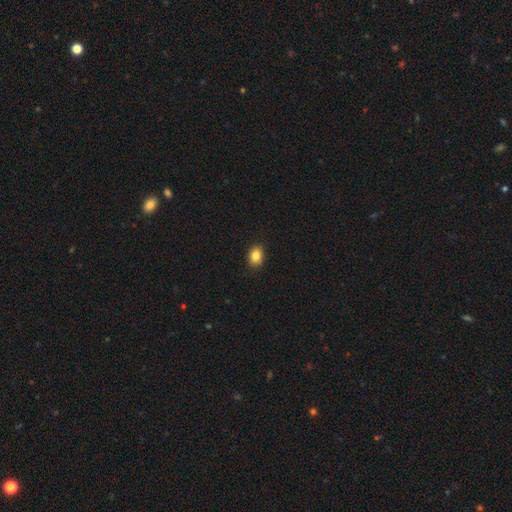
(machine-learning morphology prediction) This appears to be a smooth galaxy with no disk features (85%) that is in between round and cigar-shaped (64%). Merging: none (90%).